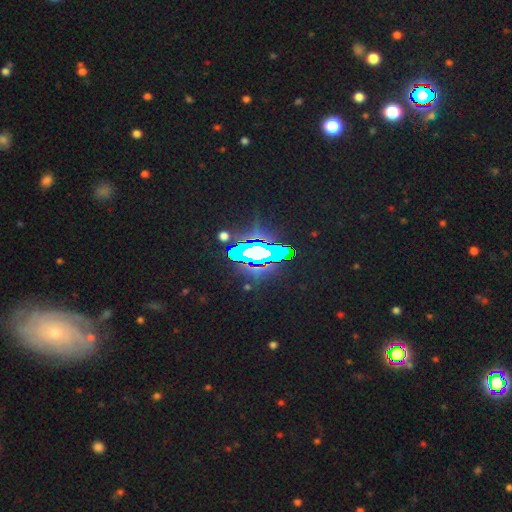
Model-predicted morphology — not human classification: Smooth or featured? star or artifact (73%)